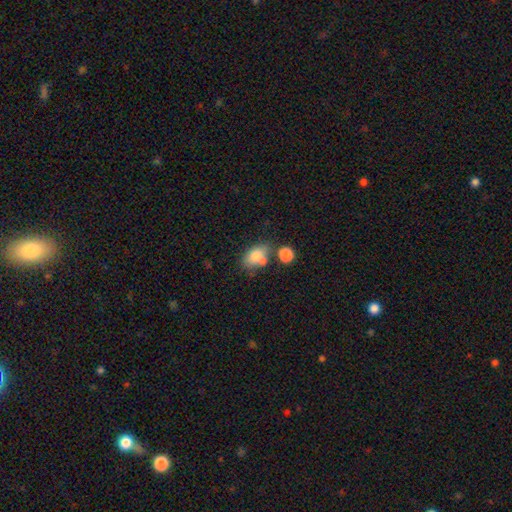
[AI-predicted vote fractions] A smooth galaxy with no disk features (77%) that is in between round and cigar-shaped (82%). Merging: none (49%).